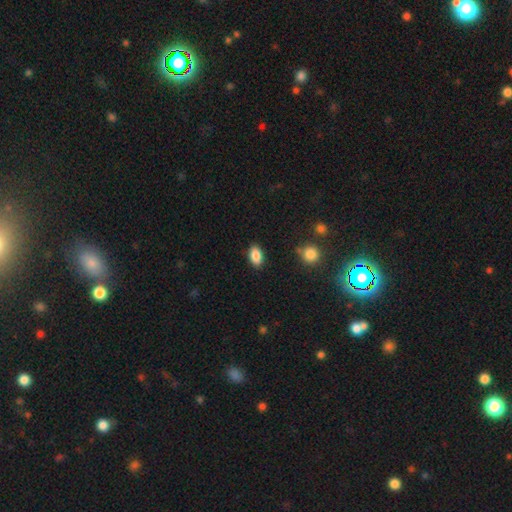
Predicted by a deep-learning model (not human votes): Q: Smooth or featured?
A: smooth (86%); runner-up: star or artifact (8%)
Q: How rounded?
A: in between (90%); runner-up: round (7%)
Q: Merging?
A: none (87%); runner-up: minor disturbance (9%)